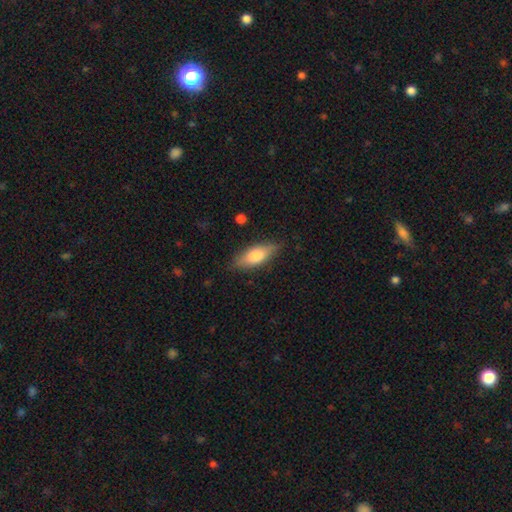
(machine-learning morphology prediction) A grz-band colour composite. It shows a smooth galaxy with no disk features (69%) that is in between round and cigar-shaped (69%). Merging: none (81%).